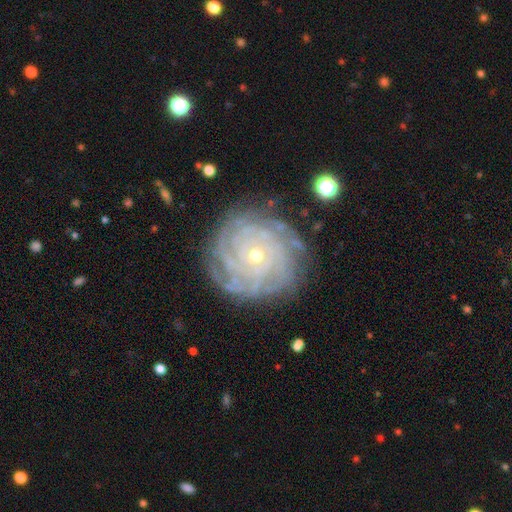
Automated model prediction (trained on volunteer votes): Overall: featured or disk (87%). Edge-on disk: no (97%). Bar: no (80%). Spiral arms: yes (97%). Spiral arm count: can't tell (30%; more than 4 23%). Spiral winding: tight (86%). Bulge size: small (69%). Merging: none (81%).